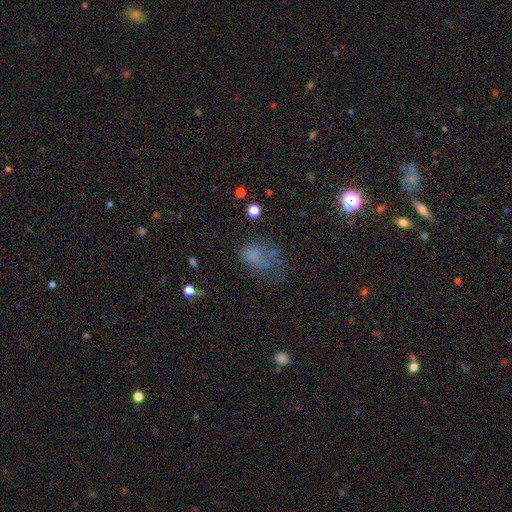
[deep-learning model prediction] Overall: smooth (54%; featured or disk 28%). How rounded: in between (73%). Merging: major disturbance (40%; none 31%).